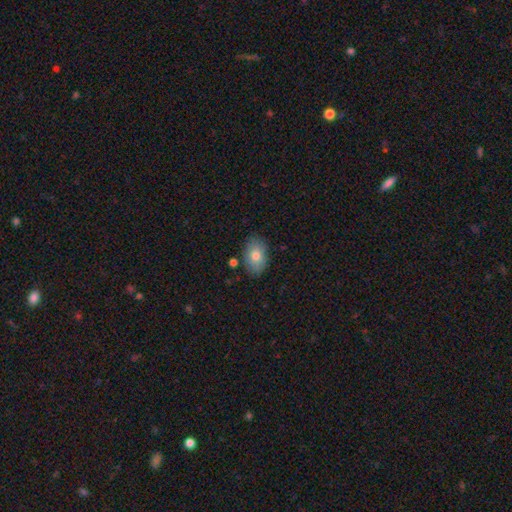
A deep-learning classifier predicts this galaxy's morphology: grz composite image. It shows a smooth galaxy with no disk features (78%) that is in between round and cigar-shaped (87%). Merging: none (83%).